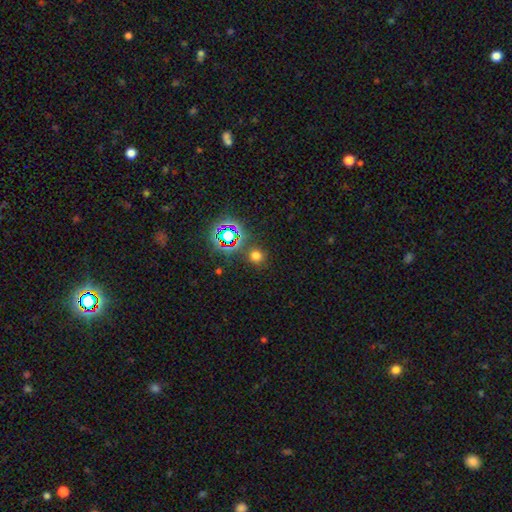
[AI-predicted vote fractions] A smooth galaxy with no disk features (64%) that is round (88%). Merging: none (82%).